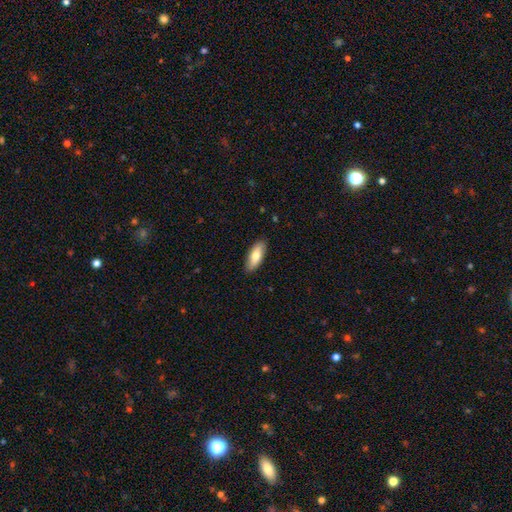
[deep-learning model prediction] Overall: smooth (73%). How rounded: in between (76%). Merging: none (88%).